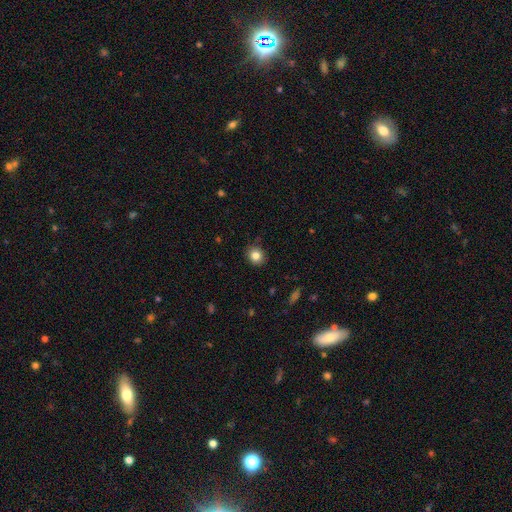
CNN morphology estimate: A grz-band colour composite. It shows a smooth galaxy with no disk features (83%) that is round (79%). Merging: none (87%).